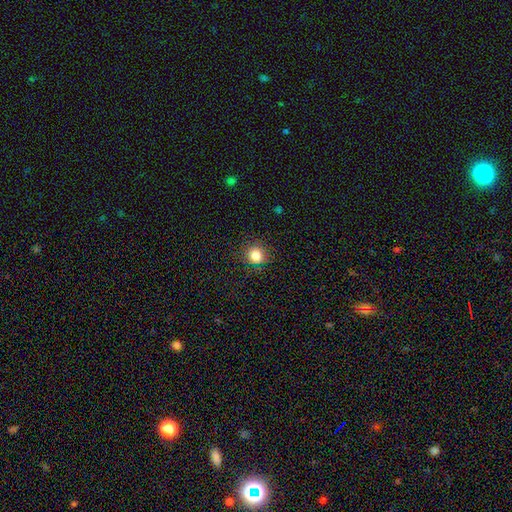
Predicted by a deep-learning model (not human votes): This appears to be a smooth galaxy with no disk features (83%) that is round (91%). Merging: none (89%).